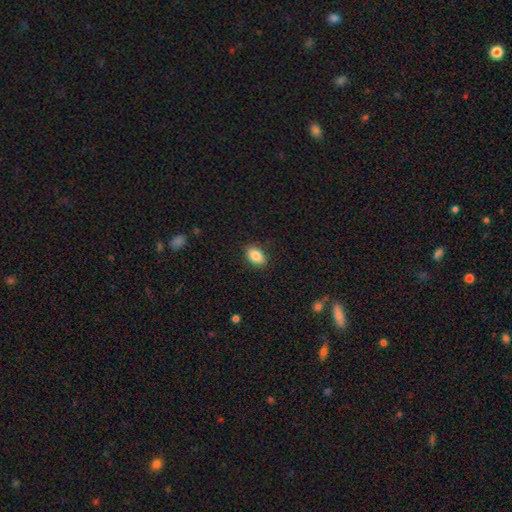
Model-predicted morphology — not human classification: smooth_or_featured: smooth (p=0.86) [alt: star or artifact p=0.08]
how_rounded: in between (p=0.86) [alt: round p=0.13]
merging: none (p=0.87) [alt: minor disturbance p=0.09]